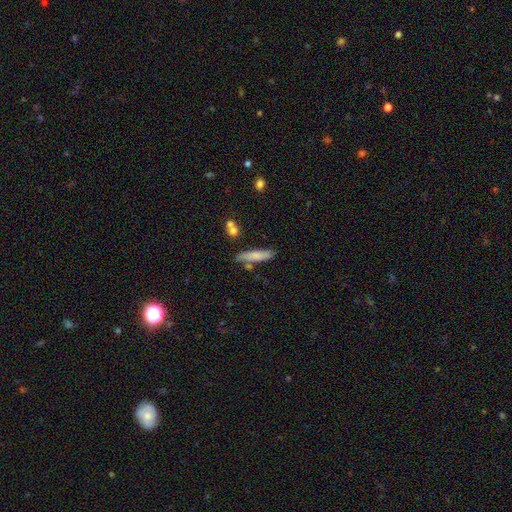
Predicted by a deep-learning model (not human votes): Smooth or featured? smooth (73%)
How rounded? cigar-shaped (81%)
Merging? none (74%)